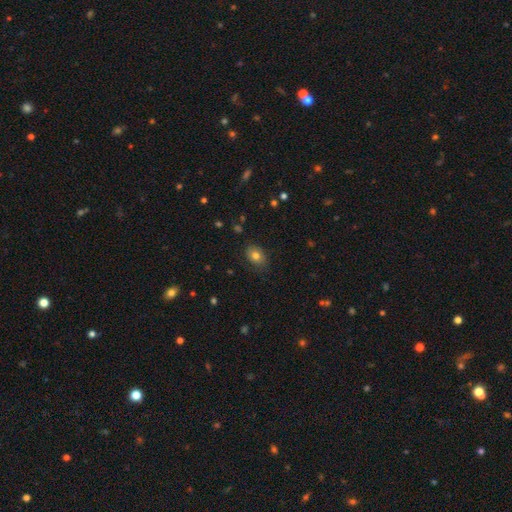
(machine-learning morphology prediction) Smooth or featured?
  - smooth: 77% *
  - featured or disk: 13%
  - star or artifact: 11%
How rounded?
  - in between: 68% *
  - round: 31%
  - cigar-shaped: 1%
Merging?
  - none: 81% *
  - minor disturbance: 15%
  - major disturbance: 4%
  - merger: 1%